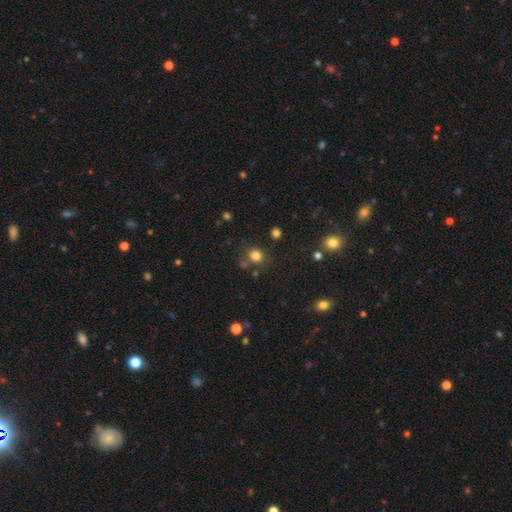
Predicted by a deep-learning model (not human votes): This appears to be a smooth galaxy with no disk features (80%) that is round (86%). Merging: none (76%).